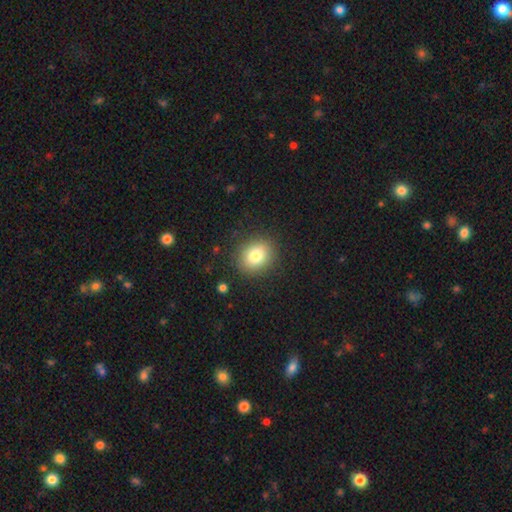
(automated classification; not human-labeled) Smooth or featured?
  - smooth: 80% *
  - star or artifact: 11%
  - featured or disk: 10%
How rounded?
  - round: 68% *
  - in between: 31%
  - cigar-shaped: 1%
Merging?
  - none: 88% *
  - minor disturbance: 8%
  - major disturbance: 3%
  - merger: 1%